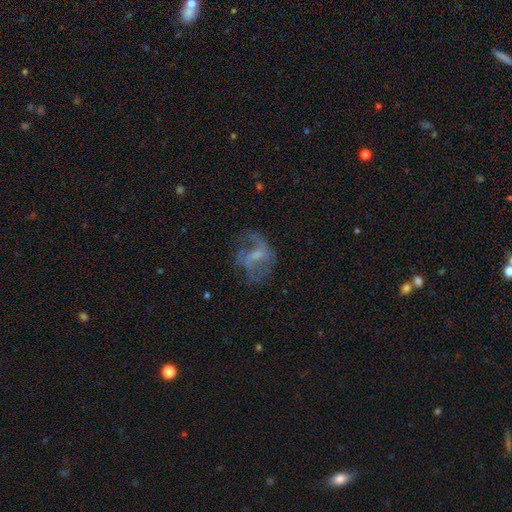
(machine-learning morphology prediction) Smooth or featured? Predicted: featured or disk (p=0.71). Edge-on disk? Predicted: no (p=0.97). Bar? Predicted: weak (p=0.51). Spiral arms? Predicted: yes (p=0.78). Spiral winding? Predicted: loose (p=0.47). Spiral arm count? Predicted: 2 (p=0.49). Bulge size? Predicted: small (p=0.42). Merging? Predicted: none (p=0.49).